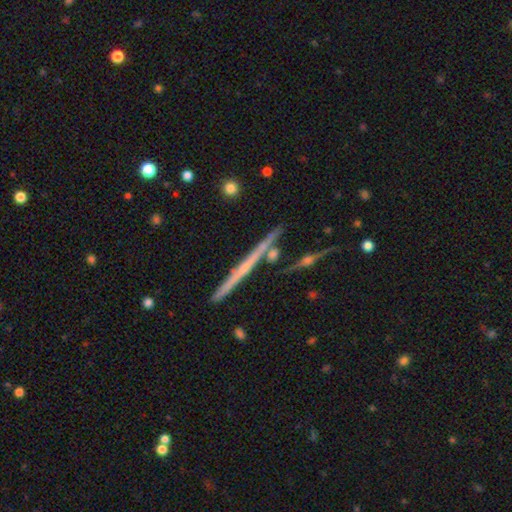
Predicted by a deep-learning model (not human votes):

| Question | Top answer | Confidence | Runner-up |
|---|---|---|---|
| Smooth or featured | featured or disk | 70% | smooth (23%) |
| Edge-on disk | yes | 98% | no (2%) |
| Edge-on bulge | none | 60% | rounded (34%) |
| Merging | none | 83% | minor disturbance (8%) |